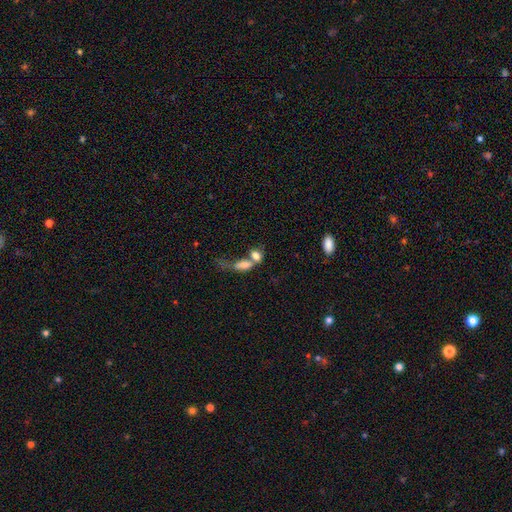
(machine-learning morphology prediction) This appears to be a smooth galaxy with no disk features (76%) that is in between round and cigar-shaped (72%). Merging: merger (61%).